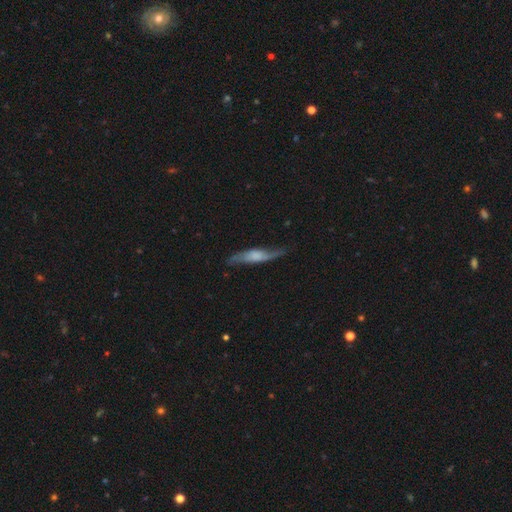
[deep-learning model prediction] The model was most divided on "edge-on disk": yes: 61%, no: 39%. More confident: merging — none (68%); smooth or featured — featured or disk (58%).